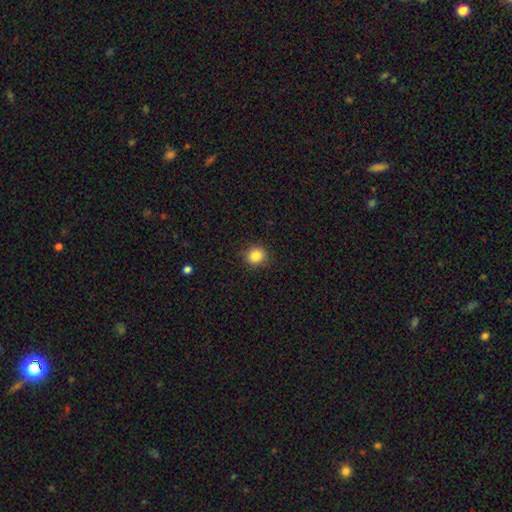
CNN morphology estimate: A smooth galaxy with no disk features (85%) that is round (84%). Merging: none (90%).